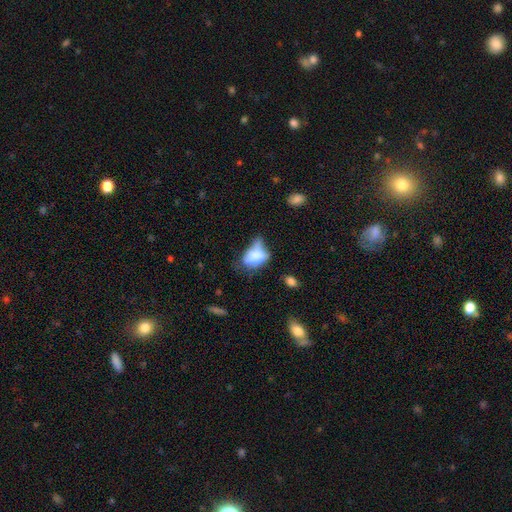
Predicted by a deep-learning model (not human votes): This is likely a smooth galaxy (67%). How rounded: clearly in between (86%). Merging: marginally minor disturbance (32%).